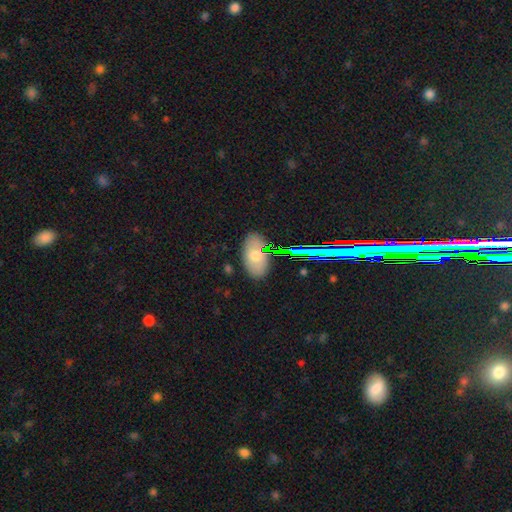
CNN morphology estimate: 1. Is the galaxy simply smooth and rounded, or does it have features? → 69% smooth, 19% featured or disk, 12% star or artifact.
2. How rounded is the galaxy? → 92% in between, 5% round, 3% cigar-shaped.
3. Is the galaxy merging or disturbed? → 82% none, 12% minor disturbance, 3% merger, 3% major disturbance.